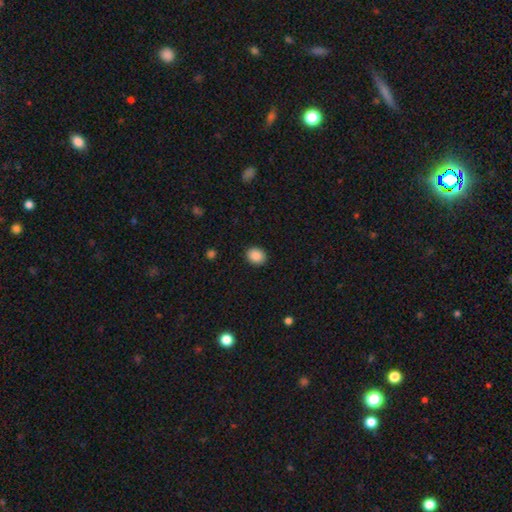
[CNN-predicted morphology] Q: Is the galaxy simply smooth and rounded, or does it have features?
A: smooth — 89%.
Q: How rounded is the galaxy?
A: round — 60%.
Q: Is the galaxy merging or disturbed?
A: none — 90%.